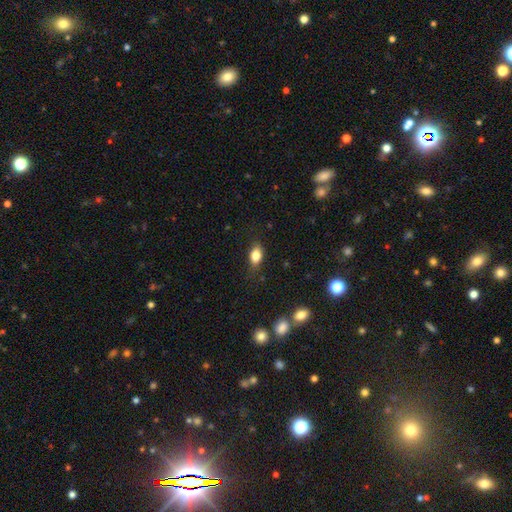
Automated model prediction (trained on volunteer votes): Morphology: type=smooth (83%); roundness=in between (82%); merging=none (78%).